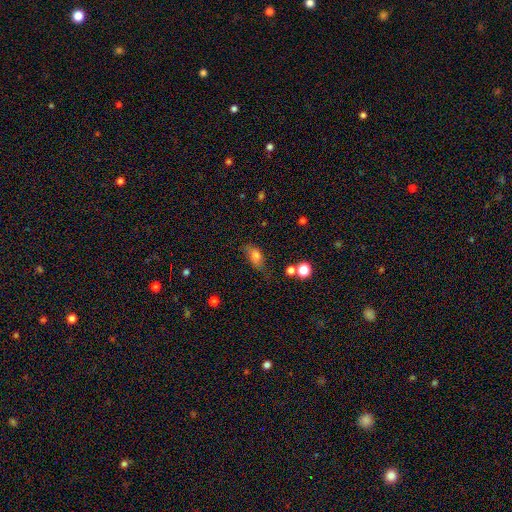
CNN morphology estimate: Smooth or featured: smooth — 74% (featured or disk — 15%)
How rounded: in between — 83% (round — 10%)
Merging: none — 49% (minor disturbance — 32%)